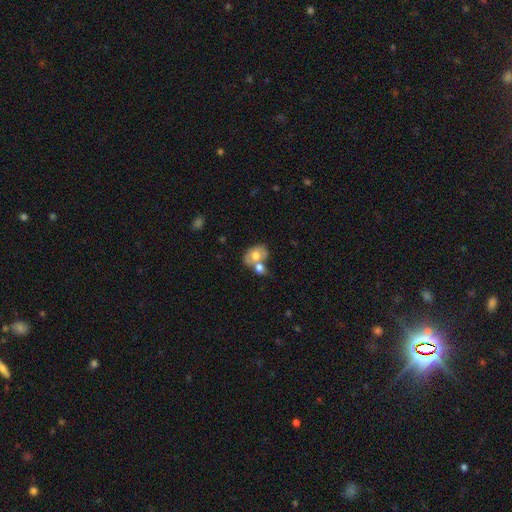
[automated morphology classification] Smooth or featured? smooth (56%)
How rounded? in between (71%)
Merging? merger (51%)